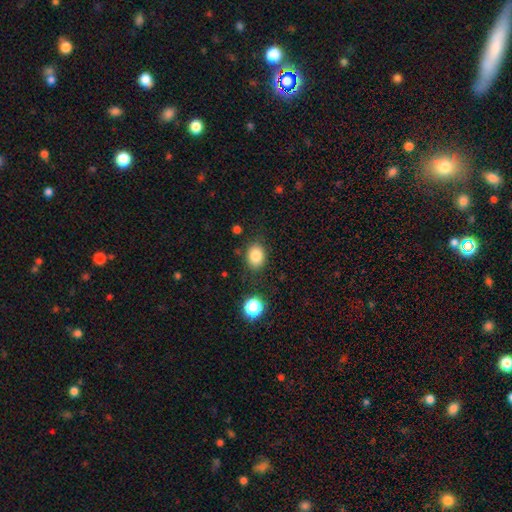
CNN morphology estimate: A smooth galaxy with no disk features (84%) that is in between round and cigar-shaped (63%). Merging: none (80%).